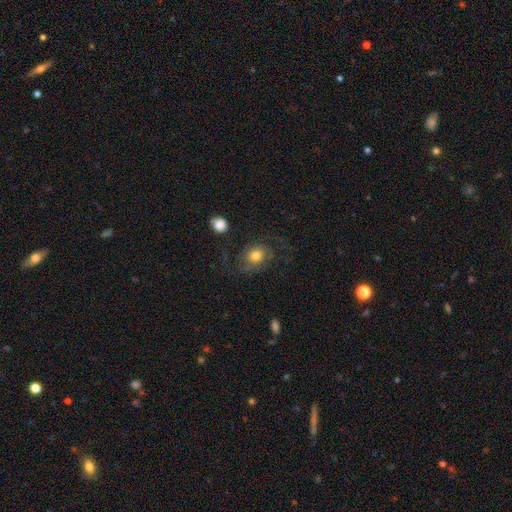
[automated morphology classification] smooth-or-featured: smooth: 51% | featured or disk: 39% | star or artifact: 10%
  how-rounded: round: 63% | in between: 35% | cigar-shaped: 1%
  merging: none: 53% | major disturbance: 25% | minor disturbance: 19% | merger: 3%